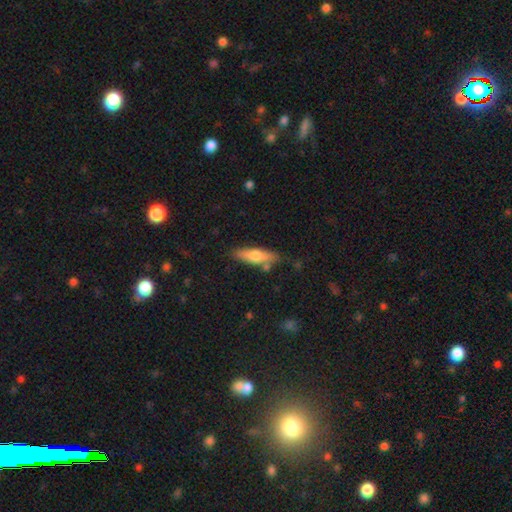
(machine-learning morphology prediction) Smooth or featured?
  - smooth: 64% *
  - featured or disk: 30%
  - star or artifact: 6%
How rounded?
  - cigar-shaped: 51% *
  - in between: 46%
  - round: 2%
Merging?
  - none: 73% *
  - minor disturbance: 17%
  - merger: 6%
  - major disturbance: 4%